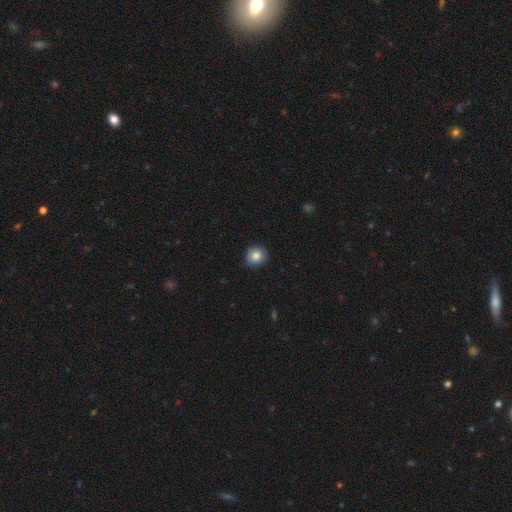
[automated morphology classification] Smooth or featured? Predicted: smooth (p=0.85). How rounded? Predicted: round (p=0.86). Merging? Predicted: none (p=0.89).